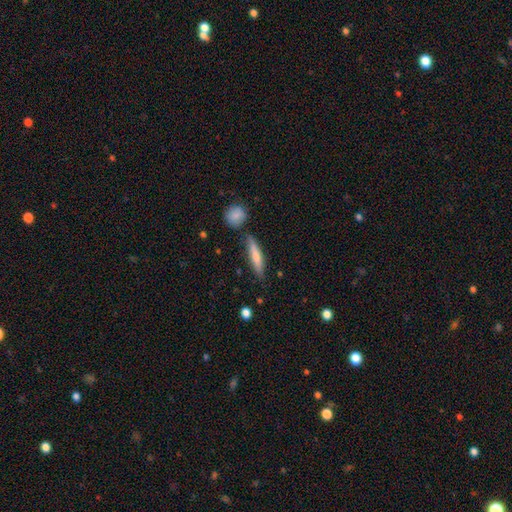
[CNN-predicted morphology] Smooth or featured? smooth (70%)
How rounded? cigar-shaped (82%)
Merging? none (77%)